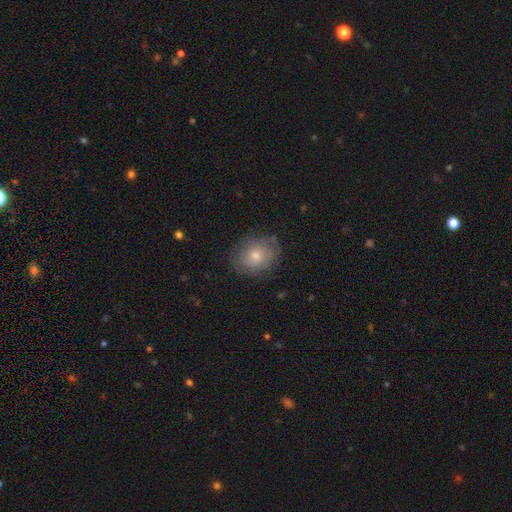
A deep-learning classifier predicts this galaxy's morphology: smooth_or_featured: featured or disk (p=0.46) [alt: smooth p=0.43]
merging: none (p=0.78) [alt: minor disturbance p=0.16]